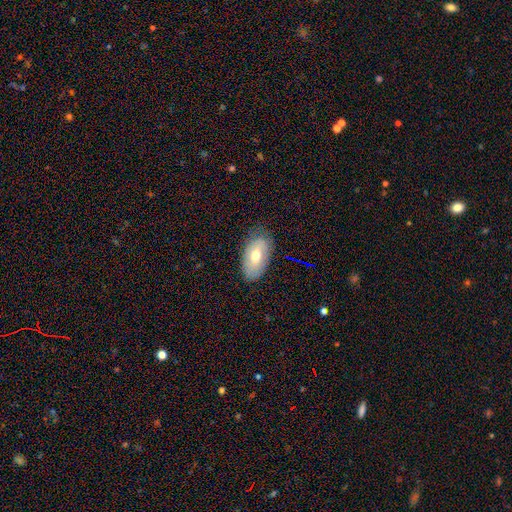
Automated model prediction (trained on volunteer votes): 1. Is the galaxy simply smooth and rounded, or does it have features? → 66% smooth, 27% featured or disk, 7% star or artifact.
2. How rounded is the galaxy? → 94% in between, 4% round, 3% cigar-shaped.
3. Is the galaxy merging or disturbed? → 78% none, 17% minor disturbance, 4% major disturbance, 1% merger.